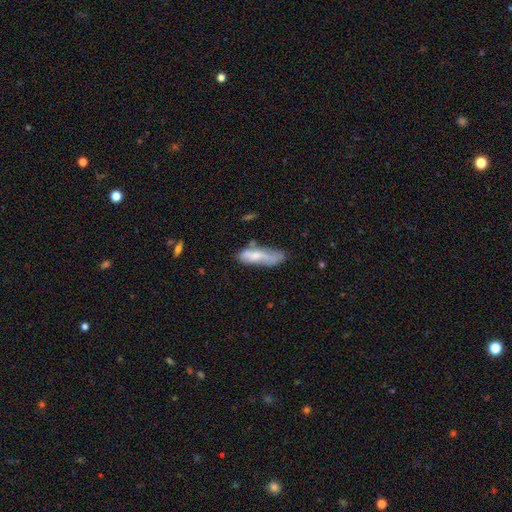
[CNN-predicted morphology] This appears to be a smooth galaxy with no disk features (61%) that is in between round and cigar-shaped (56%). Merging: none (33%).